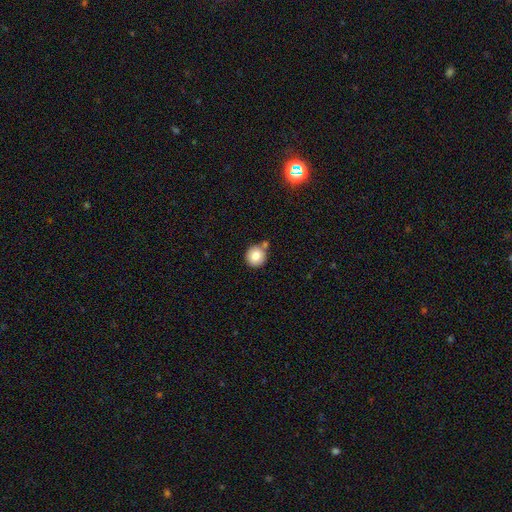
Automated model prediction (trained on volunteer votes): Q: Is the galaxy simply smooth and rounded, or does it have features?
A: smooth — 83%.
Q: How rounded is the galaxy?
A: round — 92%.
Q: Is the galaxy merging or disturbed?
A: none — 70%.